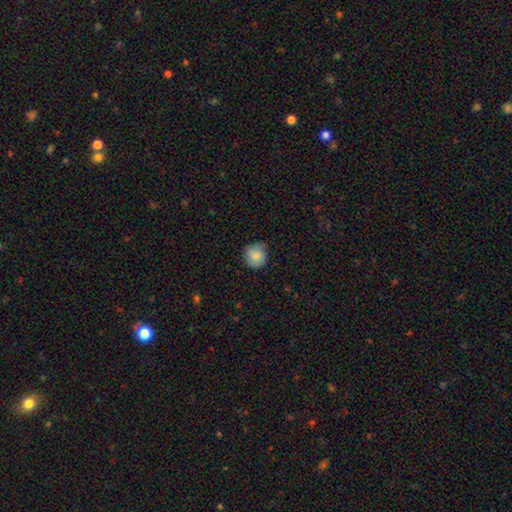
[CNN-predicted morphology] A smooth galaxy with no disk features (83%) that is round (92%).

Vote fractions:
- Smooth or featured? smooth: 83% / featured or disk: 10% / star or artifact: 7%
- How rounded? round: 92% / in between: 7% / cigar-shaped: 1%
- Merging? none: 75% / minor disturbance: 21% / major disturbance: 3% / merger: 1%